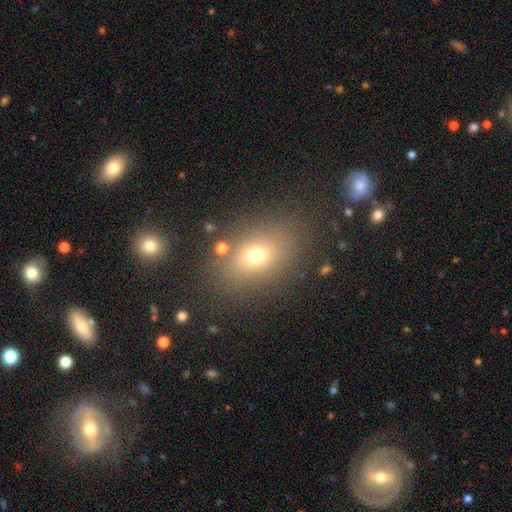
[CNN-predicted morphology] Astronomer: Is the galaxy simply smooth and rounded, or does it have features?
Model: smooth — 68%.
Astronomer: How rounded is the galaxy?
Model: in between — 67%.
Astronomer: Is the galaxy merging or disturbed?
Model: none — 80%.